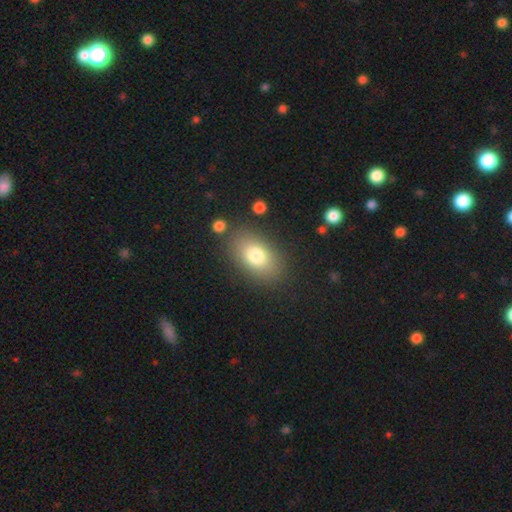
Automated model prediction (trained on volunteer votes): A smooth galaxy with no disk features (78%) that is in between round and cigar-shaped (87%). Merging: none (82%).